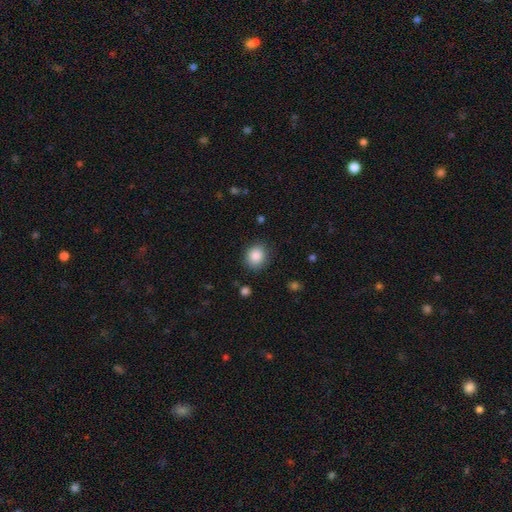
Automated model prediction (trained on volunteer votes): Smooth or featured? smooth (87%)
How rounded? round (72%)
Merging? none (84%)